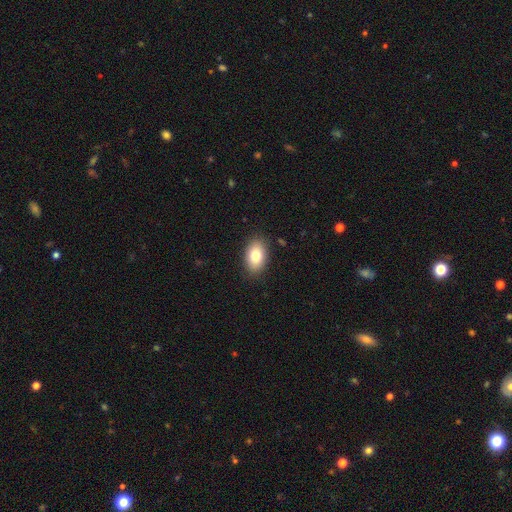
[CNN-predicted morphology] type=smooth (80%); roundness=in between (90%); merging=none (87%).